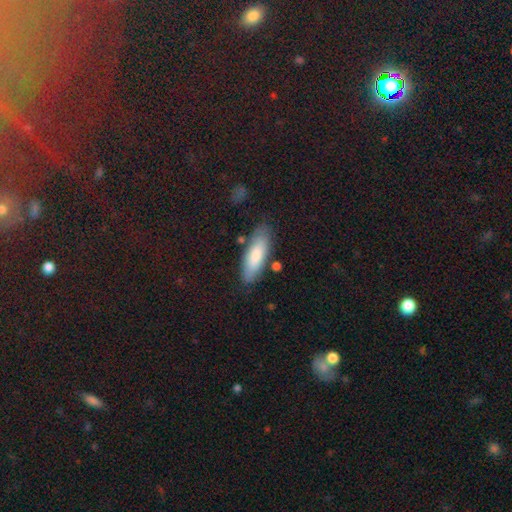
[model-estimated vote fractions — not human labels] Smooth or featured?
  - smooth: 79% *
  - featured or disk: 15%
  - star or artifact: 6%
How rounded?
  - in between: 61% *
  - cigar-shaped: 37%
  - round: 2%
Merging?
  - none: 78% *
  - minor disturbance: 15%
  - merger: 4%
  - major disturbance: 3%